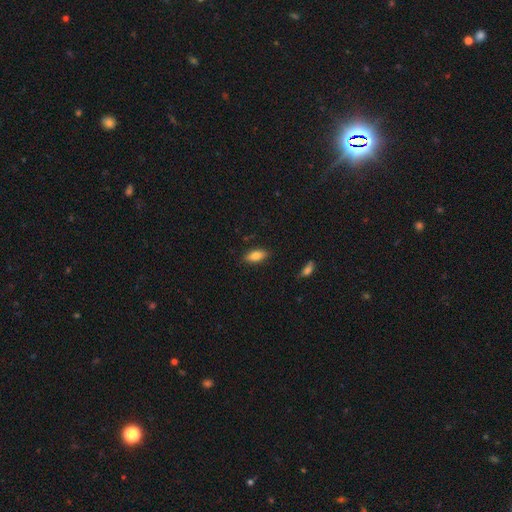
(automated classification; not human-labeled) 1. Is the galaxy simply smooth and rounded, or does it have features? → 80% smooth, 12% featured or disk, 7% star or artifact.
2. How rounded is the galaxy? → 83% in between, 14% cigar-shaped, 3% round.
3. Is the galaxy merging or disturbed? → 85% none, 12% minor disturbance, 2% major disturbance, 1% merger.